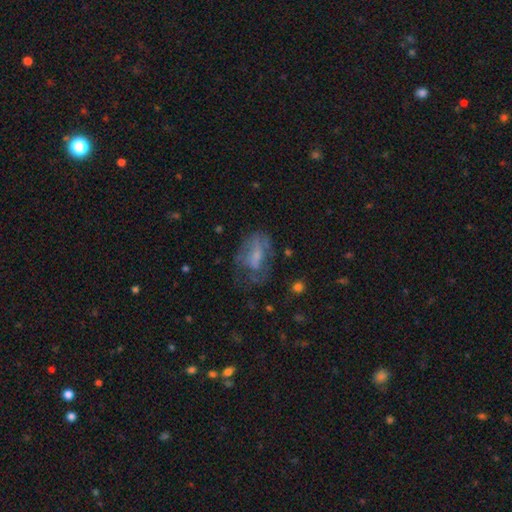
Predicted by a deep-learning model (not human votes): smooth-or-featured: featured or disk: 45% | smooth: 44% | star or artifact: 11%
  merging: none: 43% | major disturbance: 29% | minor disturbance: 25% | merger: 3%